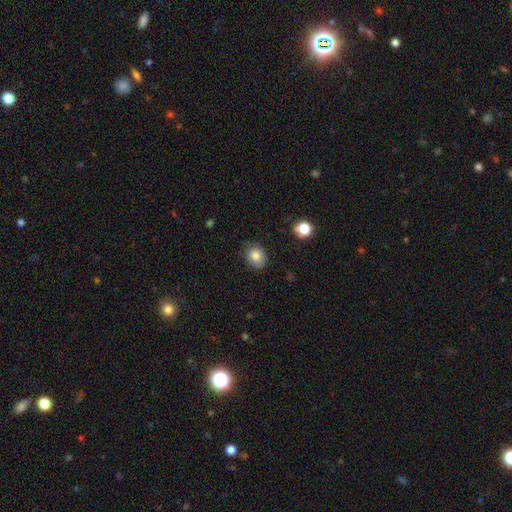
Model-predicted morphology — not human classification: Smooth or featured? Predicted: smooth (p=0.82). How rounded? Predicted: round (p=0.53). Merging? Predicted: none (p=0.81).